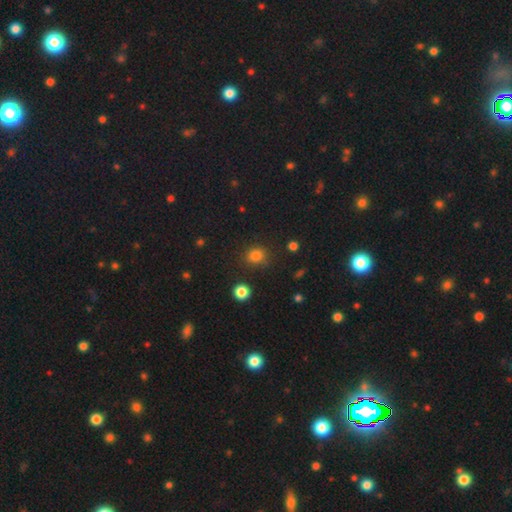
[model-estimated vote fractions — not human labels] Smooth or featured? smooth (82%)
How rounded? round (80%)
Merging? none (82%)